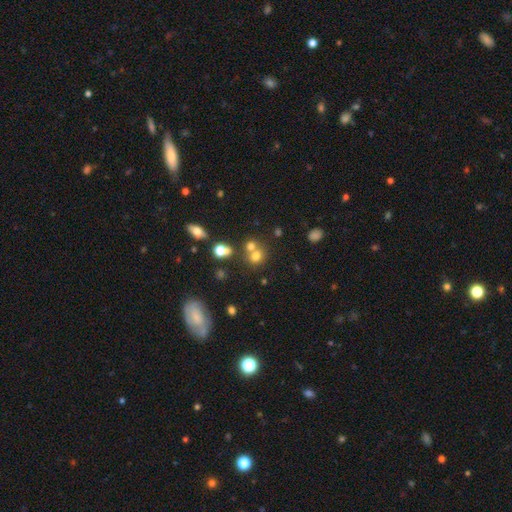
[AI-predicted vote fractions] A smooth galaxy with no disk features (69%) that is round (74%). Merging: none (47%).